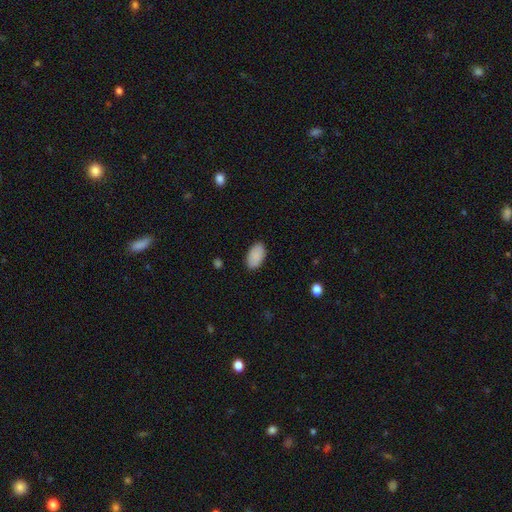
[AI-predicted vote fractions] This appears to be a smooth galaxy with no disk features (90%) that is in between round and cigar-shaped (95%). Merging: none (88%).